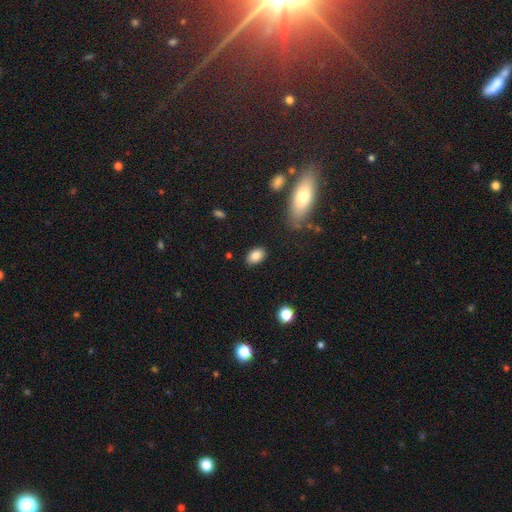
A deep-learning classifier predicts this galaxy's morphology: A smooth galaxy with no disk features (84%) that is in between round and cigar-shaped (85%). Merging: none (86%).